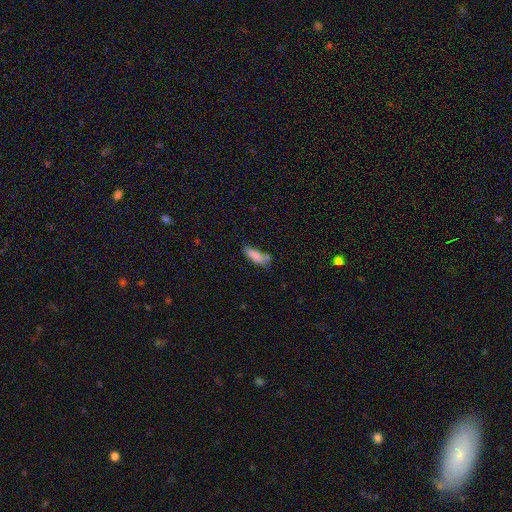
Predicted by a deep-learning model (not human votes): smooth 80%, featured or disk 12%, star or artifact 8%. Down the decision tree: how rounded — in between (68%); merging — none (48%).